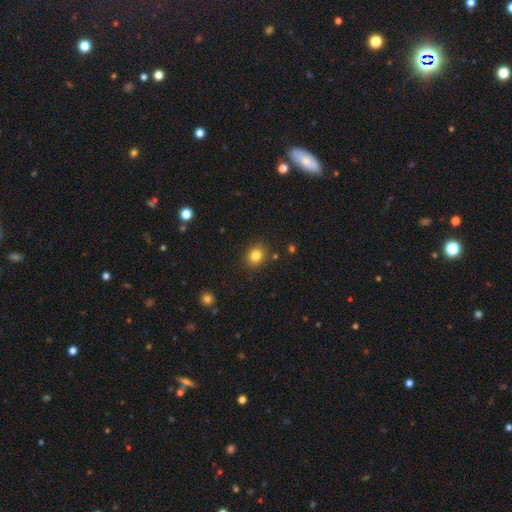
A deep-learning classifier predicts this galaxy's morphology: Q: Smooth or featured?
A: smooth (82%); runner-up: star or artifact (12%)
Q: How rounded?
A: round (63%); runner-up: in between (36%)
Q: Merging?
A: none (85%); runner-up: minor disturbance (10%)